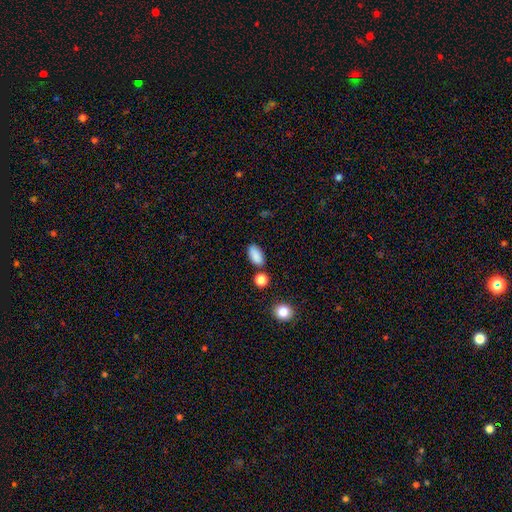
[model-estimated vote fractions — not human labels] Q: Smooth or featured?
A: smooth (87%); runner-up: star or artifact (9%)
Q: How rounded?
A: in between (90%); runner-up: round (6%)
Q: Merging?
A: none (78%); runner-up: minor disturbance (12%)